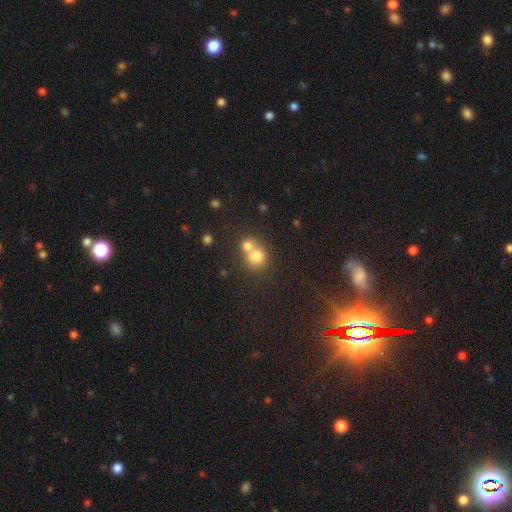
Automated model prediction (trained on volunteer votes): Smooth or featured?
  - smooth: 75% *
  - star or artifact: 13%
  - featured or disk: 13%
How rounded?
  - round: 72% *
  - in between: 27%
  - cigar-shaped: 1%
Merging?
  - merger: 58% *
  - none: 31%
  - minor disturbance: 7%
  - major disturbance: 4%